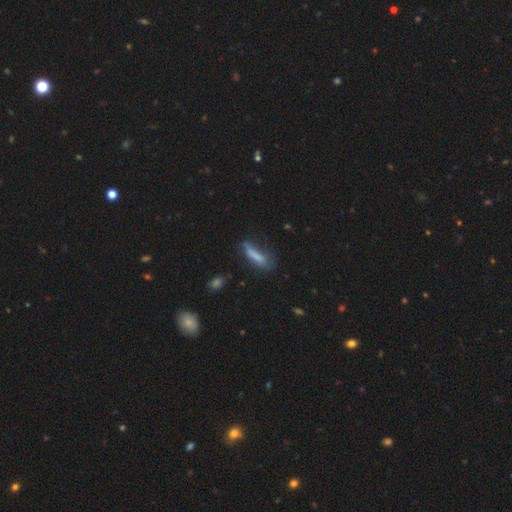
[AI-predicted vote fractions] Smooth or featured?
  - smooth: 73% *
  - featured or disk: 18%
  - star or artifact: 9%
How rounded?
  - cigar-shaped: 68% *
  - in between: 30%
  - round: 2%
Merging?
  - none: 49% *
  - minor disturbance: 30%
  - major disturbance: 18%
  - merger: 4%